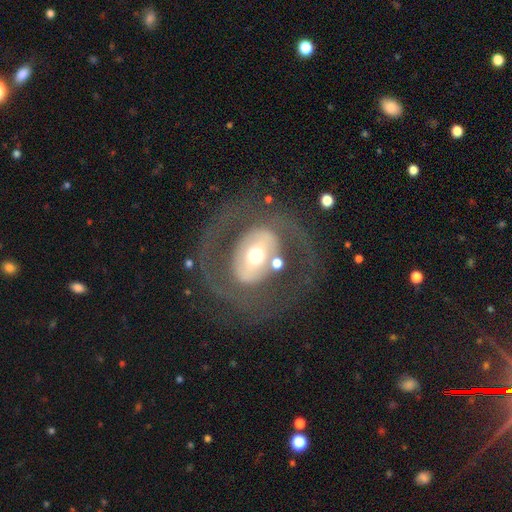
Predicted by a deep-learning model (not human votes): smooth_or_featured: featured or disk (p=0.70) [alt: smooth p=0.23]
disk_edge_on: no (p=0.94) [alt: yes p=0.06]
bar: no (p=0.43) [alt: strong p=0.31]
has_spiral_arms: no (p=0.62) [alt: yes p=0.38]
bulge_size: moderate (p=0.64) [alt: large p=0.18]
merging: none (p=0.66) [alt: major disturbance p=0.18]